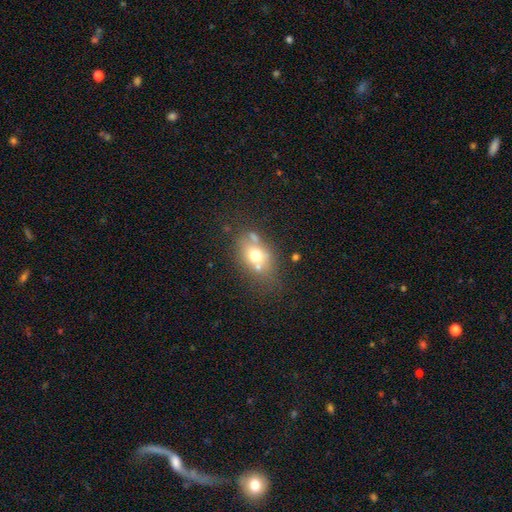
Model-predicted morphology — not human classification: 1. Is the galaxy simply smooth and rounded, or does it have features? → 64% smooth, 25% featured or disk, 11% star or artifact.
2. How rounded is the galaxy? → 71% in between, 26% round, 2% cigar-shaped.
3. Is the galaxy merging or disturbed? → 51% none, 21% merger, 19% minor disturbance, 9% major disturbance.